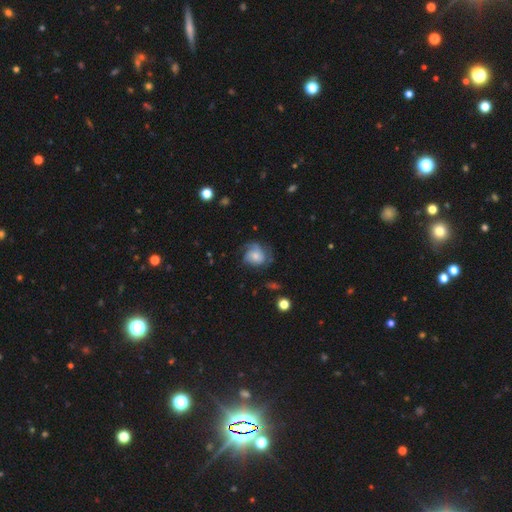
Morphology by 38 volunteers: A featured or disk galaxy (66%) with no bar (88%), 3 (32%, tied with can't tell) tight (45%) spiral arms (88%) and a small central bulge (56%).

Vote fractions:
- Smooth or featured? featured or disk: 66% / smooth: 32% / star or artifact: 3%
- Edge-on disk? no: 100% / yes: 0%
- Bar? no: 88% / weak: 8% / strong: 4%
- Spiral arms? yes: 88% / no: 12%
- Spiral winding? tight: 45% / medium: 27% / loose: 27%
- Spiral arm count? 3: 32% (tied) / can't tell: 32% (tied) / 1: 18% / 2: 18% / 4: 0% / more than 4: 0%
- Bulge size? small: 56% / moderate: 40% / none: 4% / dominant: 0% / large: 0%
- Merging? none: 73% / minor disturbance: 16% / major disturbance: 11% / merger: 0%